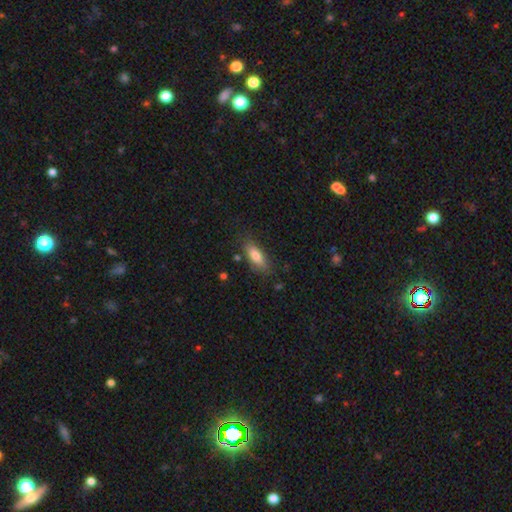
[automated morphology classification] smooth_or_featured: smooth (p=0.77) [alt: featured or disk p=0.16]
how_rounded: in between (p=0.70) [alt: cigar-shaped p=0.28]
merging: none (p=0.77) [alt: minor disturbance p=0.16]